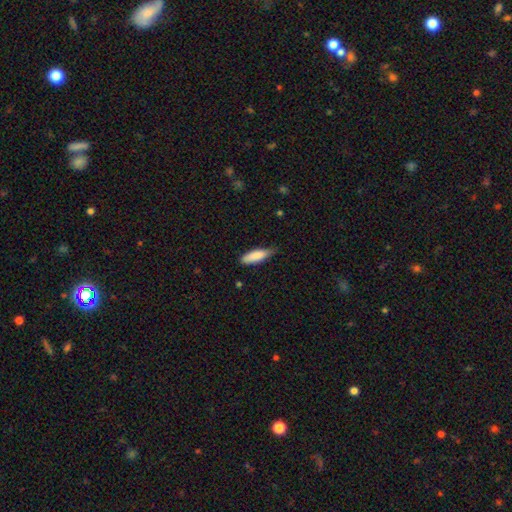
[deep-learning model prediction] smooth_or_featured: smooth (p=0.84) [alt: featured or disk p=0.10]
how_rounded: cigar-shaped (p=0.51) [alt: in between p=0.48]
merging: none (p=0.70) [alt: minor disturbance p=0.26]